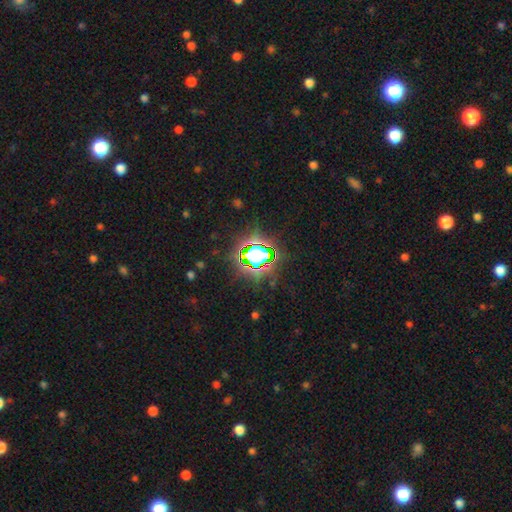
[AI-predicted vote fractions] Smooth or featured? star or artifact (74%)